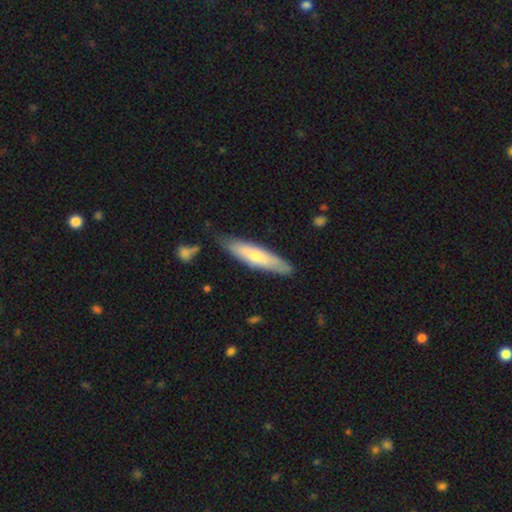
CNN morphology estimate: Smooth or featured? smooth (52%)
How rounded? cigar-shaped (81%)
Merging? none (80%)